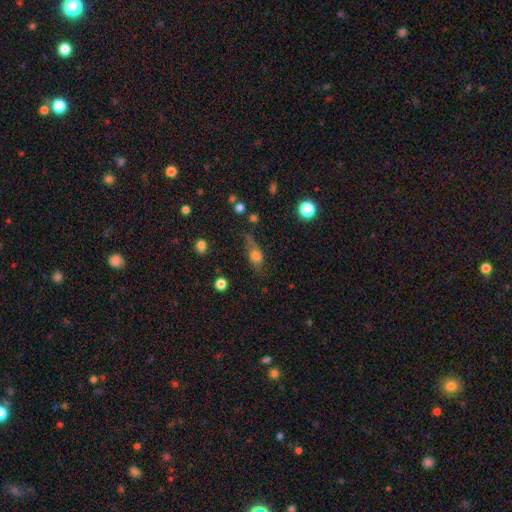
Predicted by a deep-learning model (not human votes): smooth-or-featured: smooth: 62% | featured or disk: 26% | star or artifact: 12%
  how-rounded: in between: 63% | round: 22% | cigar-shaped: 15%
  merging: none: 44% | minor disturbance: 29% | major disturbance: 22% | merger: 5%